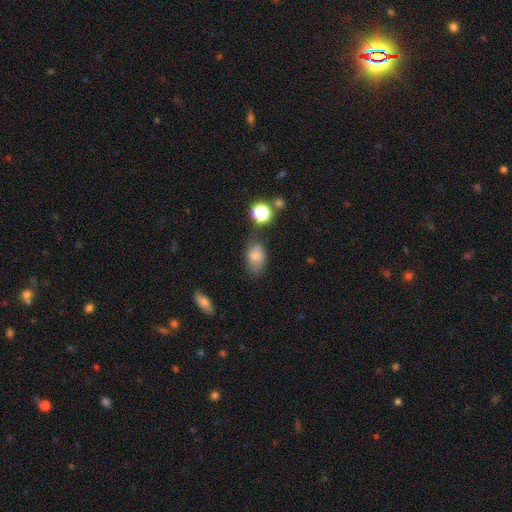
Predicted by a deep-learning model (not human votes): Overall: smooth (77%). How rounded: in between (85%). Merging: none (66%).